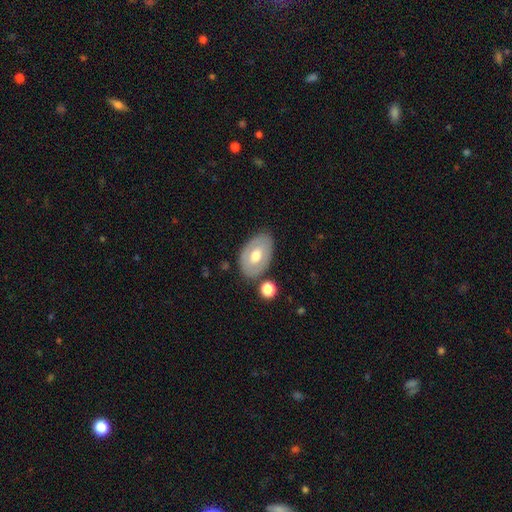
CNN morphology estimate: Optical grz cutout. It shows a smooth galaxy with no disk features (50%). Merging: none (77%).